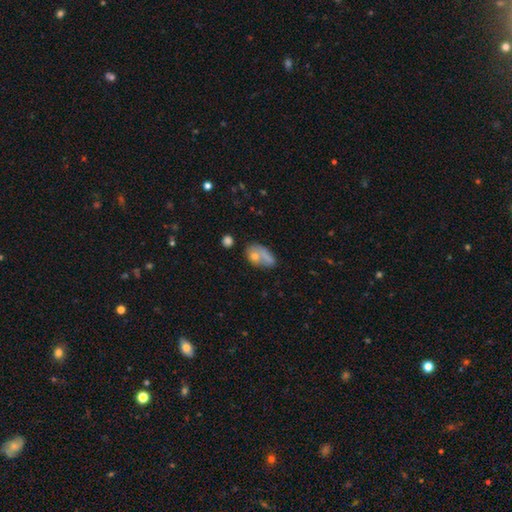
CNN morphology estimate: Smooth or featured? smooth (63%)
How rounded? in between (76%)
Merging? none (36%)